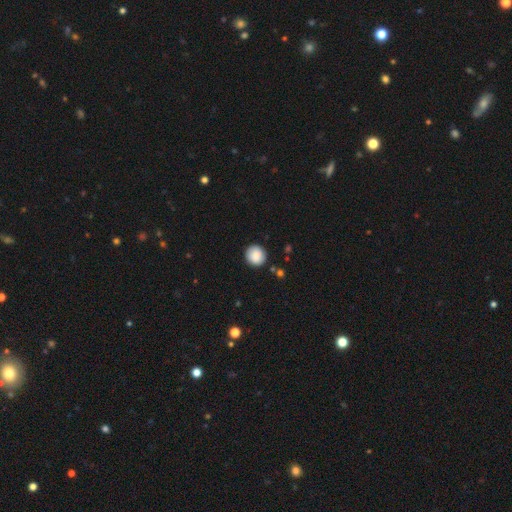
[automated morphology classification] The model was most divided on "merging": none: 88%, minor disturbance: 9%, major disturbance: 2%, merger: 2%. More confident: how rounded — round (92%); smooth or featured — smooth (88%).